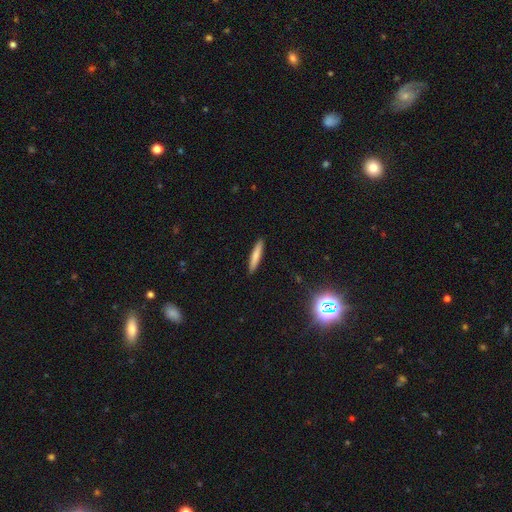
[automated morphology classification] Smooth or featured? Predicted: smooth (p=0.77). How rounded? Predicted: cigar-shaped (p=0.91). Merging? Predicted: none (p=0.91).